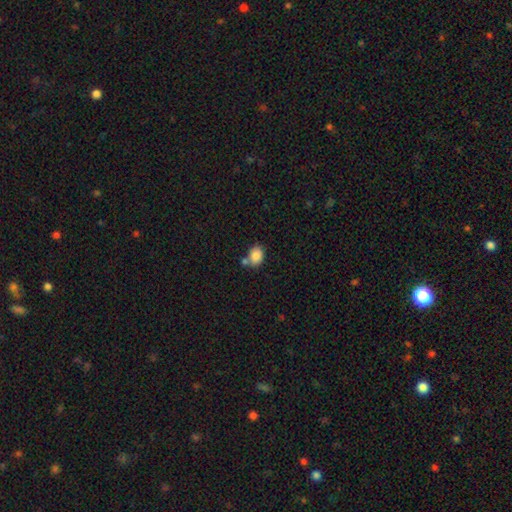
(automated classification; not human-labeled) smooth-or-featured: smooth: 86% | star or artifact: 9% | featured or disk: 5%
  how-rounded: in between: 67% | round: 32% | cigar-shaped: 1%
  merging: none: 58% | merger: 23% | minor disturbance: 14% | major disturbance: 4%